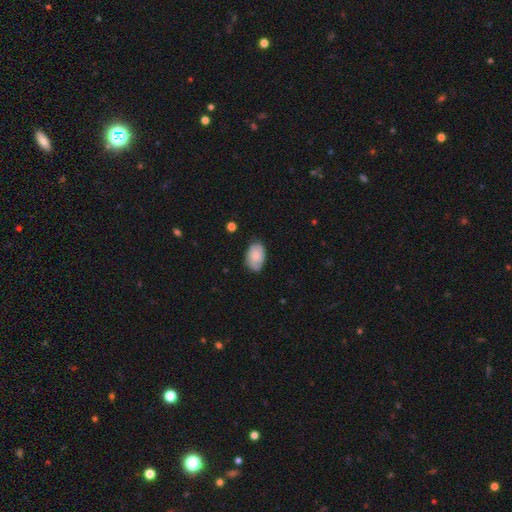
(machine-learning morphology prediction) The model was most divided on "smooth or featured": smooth: 70%, featured or disk: 24%, star or artifact: 7%. More confident: how rounded — in between (90%); merging — none (73%).